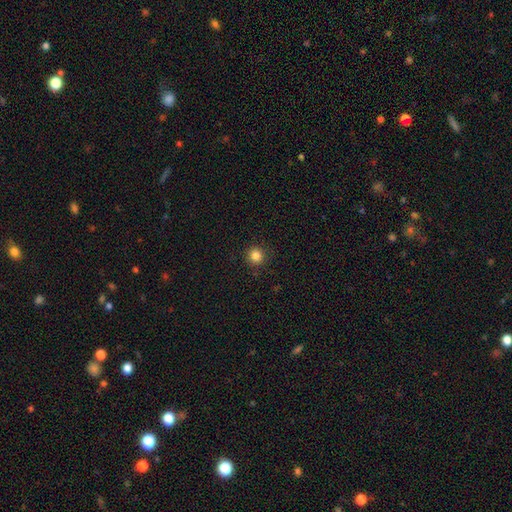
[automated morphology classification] The model was most divided on "smooth or featured": smooth: 84%, star or artifact: 12%, featured or disk: 4%. More confident: how rounded — round (95%); merging — none (92%).